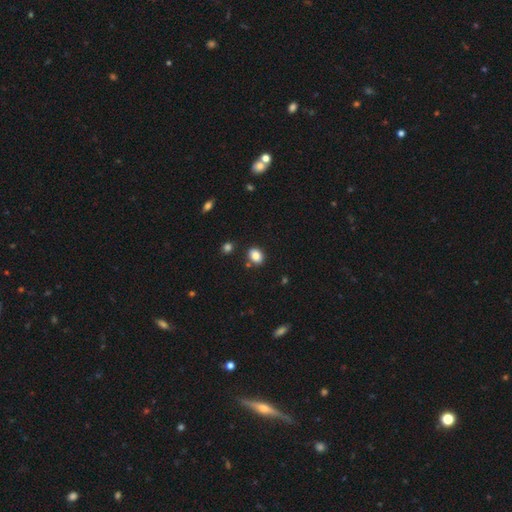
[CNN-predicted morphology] smooth_or_featured: smooth (p=0.85) [alt: star or artifact p=0.09]
how_rounded: in between (p=0.67) [alt: round p=0.31]
merging: none (p=0.83) [alt: minor disturbance p=0.10]